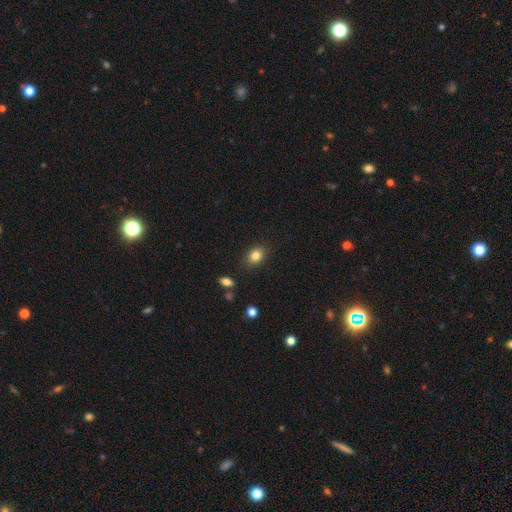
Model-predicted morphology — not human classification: Smooth or featured?
  - smooth: 84% *
  - star or artifact: 10%
  - featured or disk: 6%
How rounded?
  - in between: 61% *
  - round: 38%
  - cigar-shaped: 1%
Merging?
  - none: 85% *
  - minor disturbance: 10%
  - major disturbance: 3%
  - merger: 2%